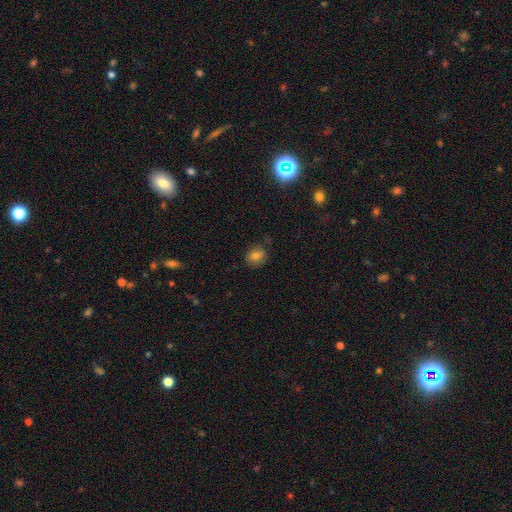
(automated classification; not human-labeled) A smooth galaxy with no disk features (78%) that is round (65%).

Vote fractions:
- Smooth or featured? smooth: 78% / star or artifact: 13% / featured or disk: 10%
- How rounded? round: 65% / in between: 34% / cigar-shaped: 1%
- Merging? none: 82% / minor disturbance: 14% / major disturbance: 3% / merger: 2%